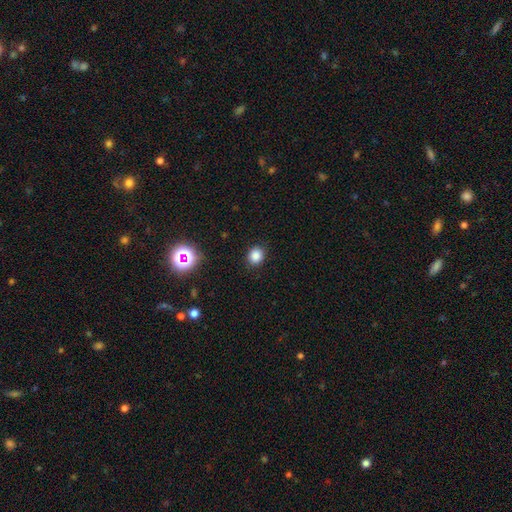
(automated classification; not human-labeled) This is clearly a smooth galaxy (82%). How rounded: likely round (76%). Merging: clearly none (88%).